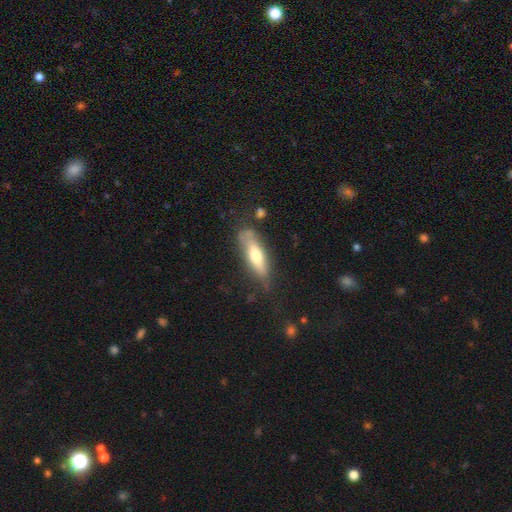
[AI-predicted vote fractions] Q: Smooth or featured?
A: smooth (56%); runner-up: featured or disk (38%)
Q: How rounded?
A: cigar-shaped (59%); runner-up: in between (39%)
Q: Merging?
A: none (68%); runner-up: minor disturbance (21%)